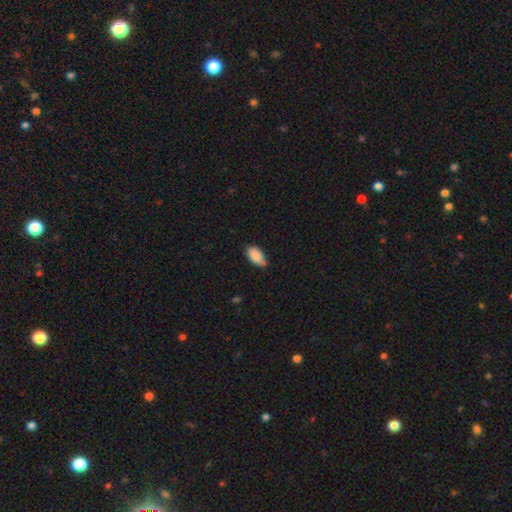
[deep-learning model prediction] smooth 88%, star or artifact 7%, featured or disk 5%. Down the decision tree: how rounded — in between (94%); merging — none (63%).